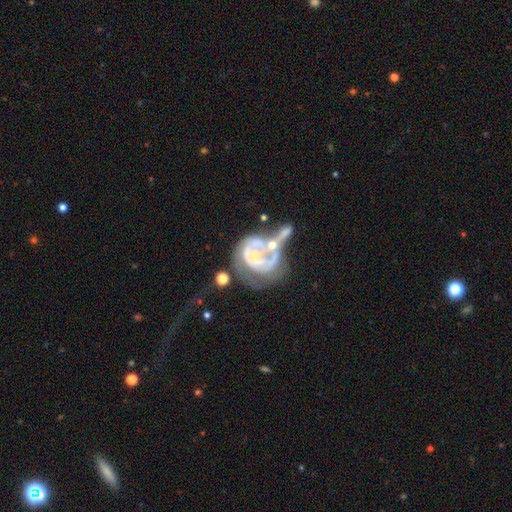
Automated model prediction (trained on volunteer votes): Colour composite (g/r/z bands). It shows a featured or disk galaxy (79%) with no bar (74%), 2 (36%) tight (45%) spiral arms (70%) and a small central bulge (58%). Merging: merger (36%).